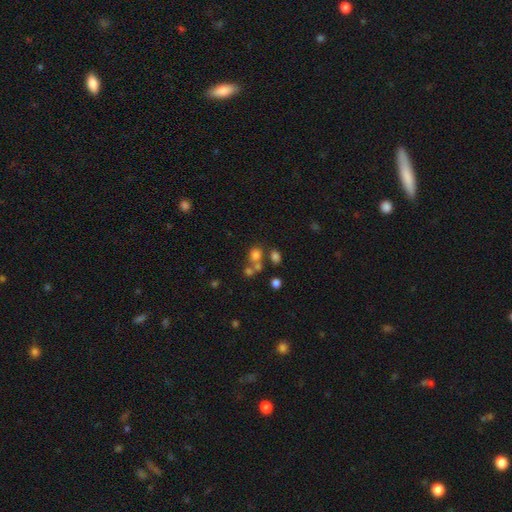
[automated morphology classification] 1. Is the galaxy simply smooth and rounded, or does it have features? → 70% smooth, 18% star or artifact, 12% featured or disk.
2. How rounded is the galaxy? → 69% round, 29% in between, 1% cigar-shaped.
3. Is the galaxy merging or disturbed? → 50% none, 35% merger, 9% minor disturbance, 6% major disturbance.